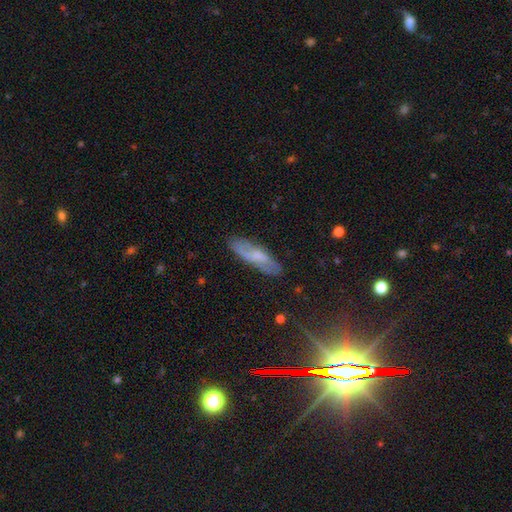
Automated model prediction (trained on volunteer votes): smooth_or_featured: featured or disk (p=0.46) [alt: smooth p=0.43]
merging: none (p=0.74) [alt: minor disturbance p=0.18]